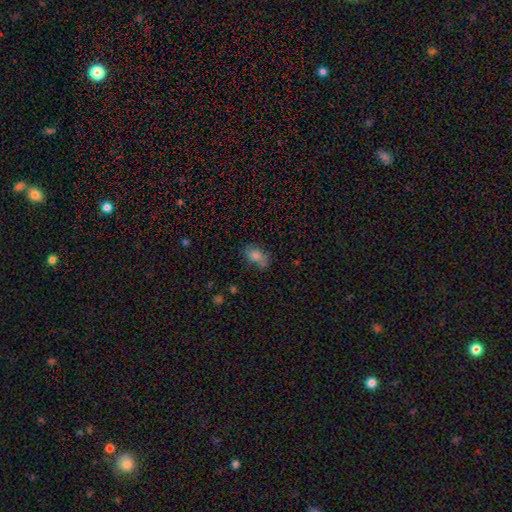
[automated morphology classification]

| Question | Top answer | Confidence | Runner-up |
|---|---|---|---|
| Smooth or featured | smooth | 74% | featured or disk (15%) |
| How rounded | in between | 87% | round (9%) |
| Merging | none | 61% | minor disturbance (27%) |